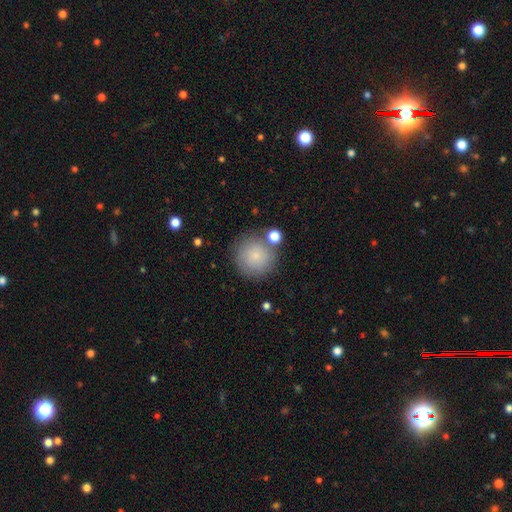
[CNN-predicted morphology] A smooth galaxy with no disk features (77%) that is round (94%). Merging: none (76%).